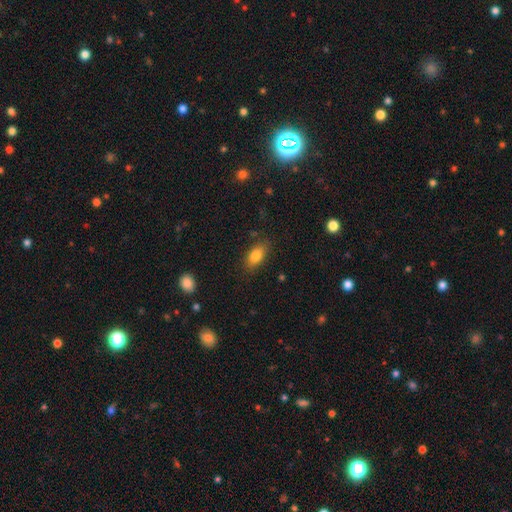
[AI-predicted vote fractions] A smooth galaxy with no disk features (82%) that is in between round and cigar-shaped (87%). Merging: none (82%).